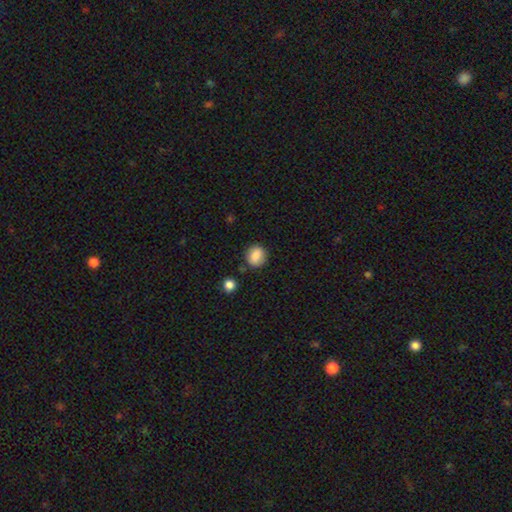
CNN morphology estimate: smooth_or_featured: smooth (p=0.86) [alt: star or artifact p=0.09]
how_rounded: round (p=0.76) [alt: in between p=0.23]
merging: none (p=0.80) [alt: minor disturbance p=0.13]